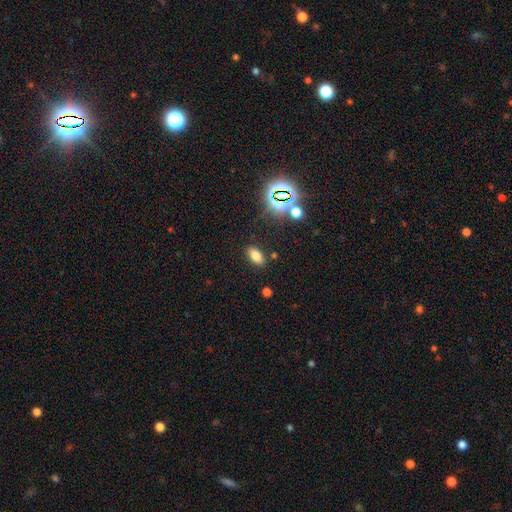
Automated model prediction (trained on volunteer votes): This is likely a smooth galaxy (73%). How rounded: clearly in between (88%). Merging: clearly none (86%).